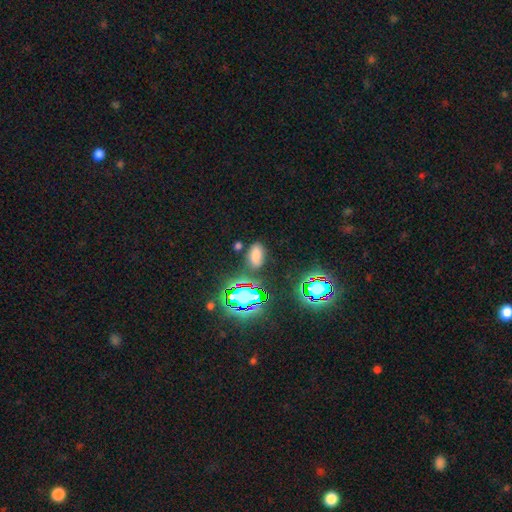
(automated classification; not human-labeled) Morphology: type=smooth (66%); roundness=in between (91%); merging=none (81%).